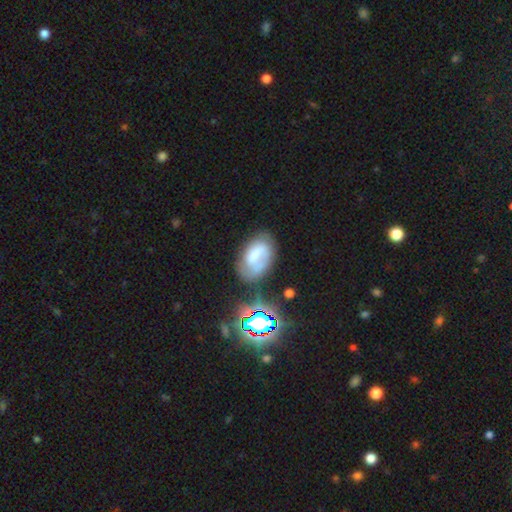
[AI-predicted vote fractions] Smooth or featured? Predicted: smooth (p=0.49). Merging? Predicted: none (p=0.44).